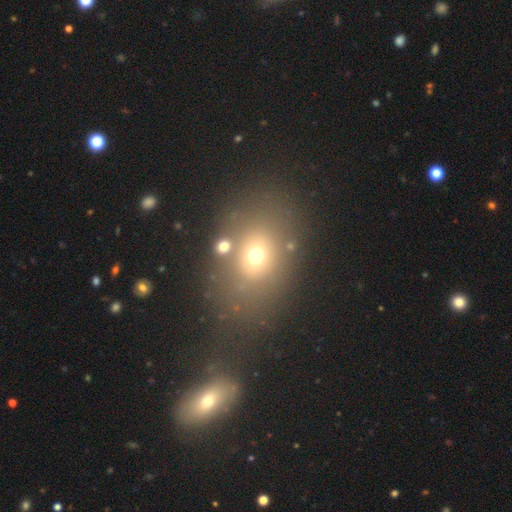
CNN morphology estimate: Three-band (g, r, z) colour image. It shows a smooth galaxy with no disk features (64%) that is in between round and cigar-shaped (58%). Merging: none (69%).